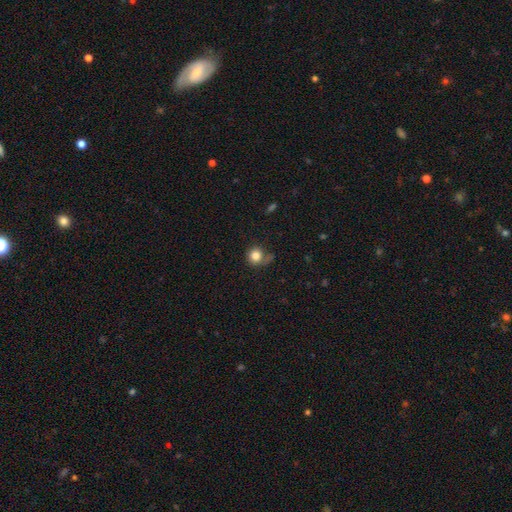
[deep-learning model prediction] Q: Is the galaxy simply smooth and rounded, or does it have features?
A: smooth — 83%.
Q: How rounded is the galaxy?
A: round — 87%.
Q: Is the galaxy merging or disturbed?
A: none — 58%.